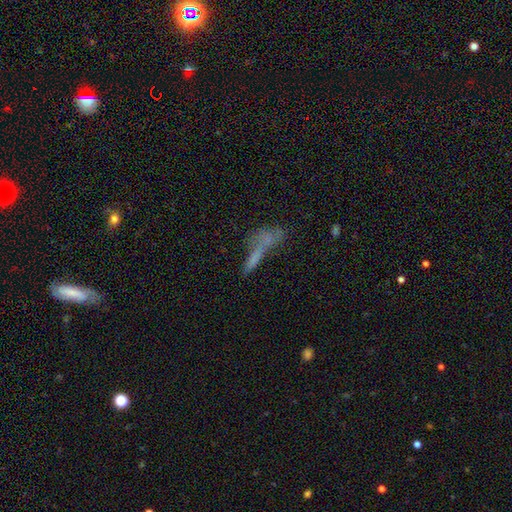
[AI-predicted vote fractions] Overall: smooth (55%; featured or disk 29%). How rounded: cigar-shaped (66%; in between 30%). Merging: none (35%; merger 33%).